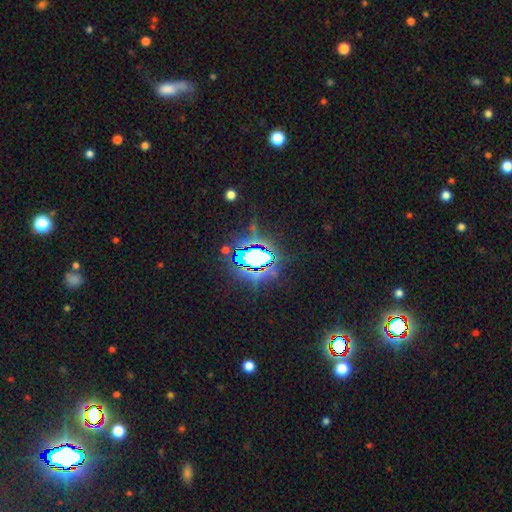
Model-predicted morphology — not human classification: star or artifact 83%, smooth 10%, featured or disk 8%.